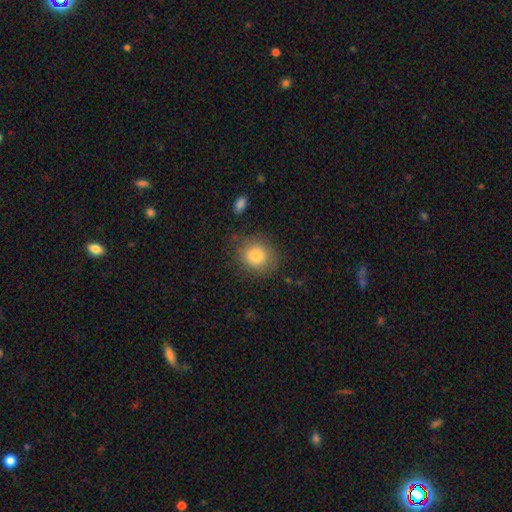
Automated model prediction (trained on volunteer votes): Smooth or featured? smooth (83%)
How rounded? round (78%)
Merging? none (81%)